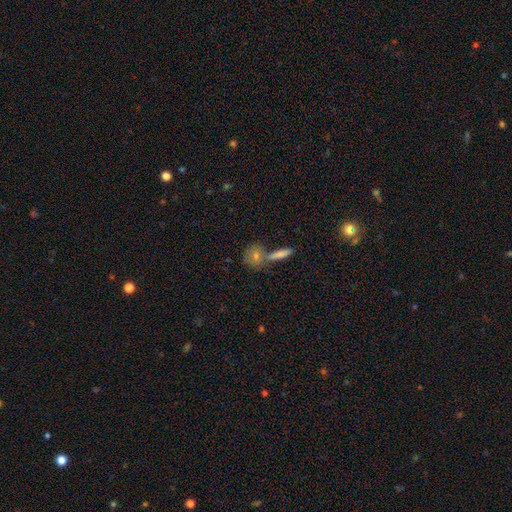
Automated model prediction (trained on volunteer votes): smooth_or_featured: smooth (p=0.61) [alt: featured or disk p=0.24]
how_rounded: round (p=0.56) [alt: in between p=0.30]
merging: none (p=0.55) [alt: merger p=0.31]